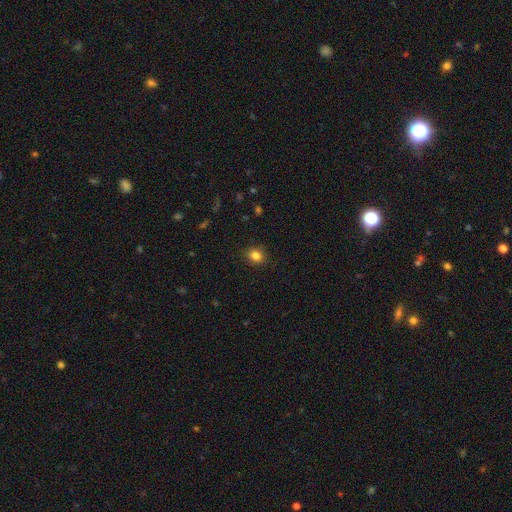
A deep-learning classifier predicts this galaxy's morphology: Smooth or featured? smooth (84%)
How rounded? round (57%)
Merging? none (88%)